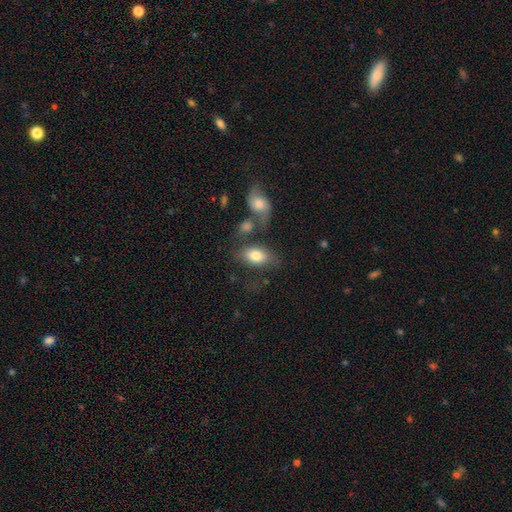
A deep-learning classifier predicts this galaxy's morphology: The model was most divided on "merging": none: 56%, merger: 18%, minor disturbance: 17%, major disturbance: 9%. More confident: how rounded — in between (89%); smooth or featured — smooth (78%).